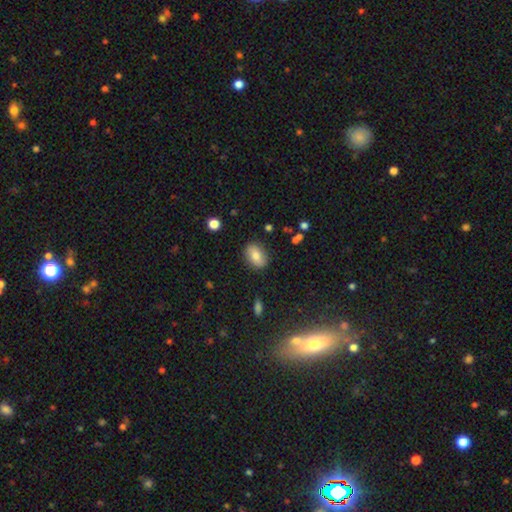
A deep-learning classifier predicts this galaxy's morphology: smooth-or-featured: smooth: 79% | featured or disk: 13% | star or artifact: 8%
  how-rounded: in between: 81% | round: 17% | cigar-shaped: 2%
  merging: none: 84% | minor disturbance: 12% | major disturbance: 3% | merger: 2%